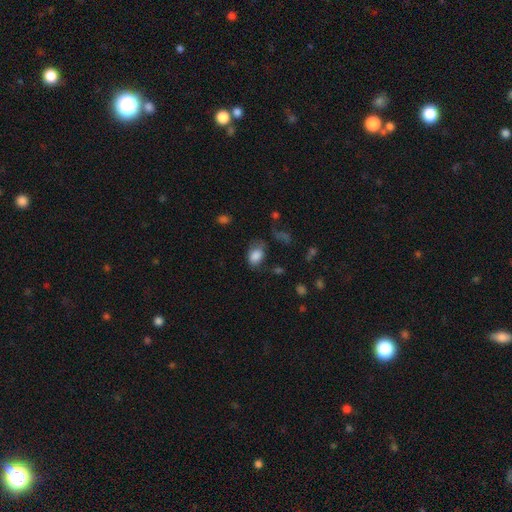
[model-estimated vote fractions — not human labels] This is clearly a smooth galaxy (84%). How rounded: clearly in between (82%). Merging: possibly none (52%).